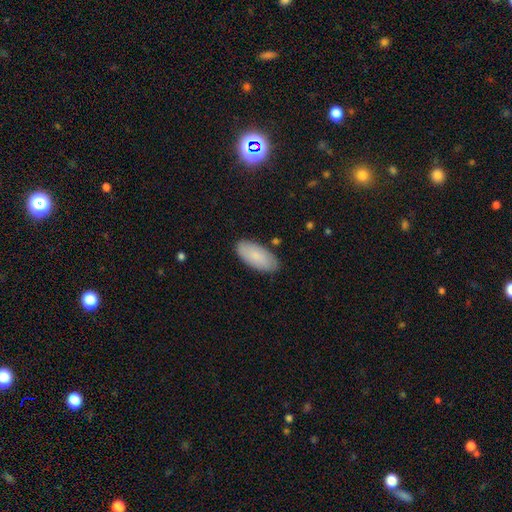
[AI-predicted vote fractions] Q: Smooth or featured?
A: smooth (83%); runner-up: featured or disk (11%)
Q: How rounded?
A: in between (92%); runner-up: cigar-shaped (7%)
Q: Merging?
A: none (85%); runner-up: minor disturbance (11%)